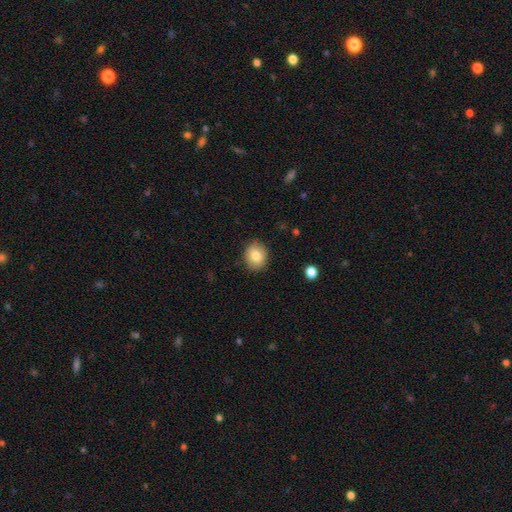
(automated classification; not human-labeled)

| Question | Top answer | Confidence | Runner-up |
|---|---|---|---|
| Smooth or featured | smooth | 81% | featured or disk (10%) |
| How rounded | round | 60% | in between (39%) |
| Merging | none | 87% | minor disturbance (10%) |